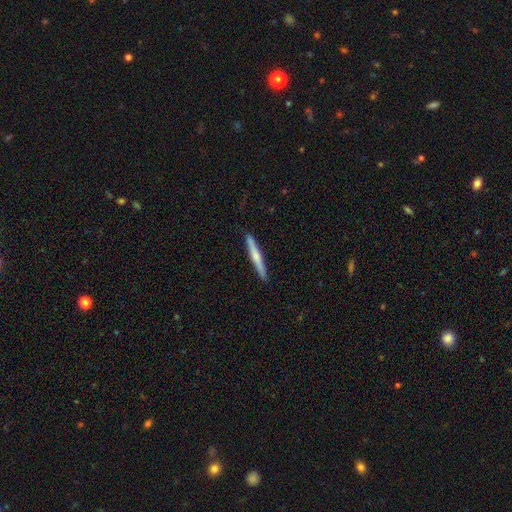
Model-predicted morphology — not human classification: type=smooth (49%); merging=none (90%).